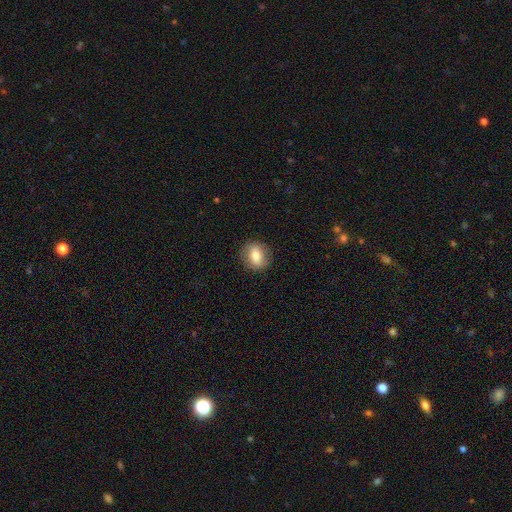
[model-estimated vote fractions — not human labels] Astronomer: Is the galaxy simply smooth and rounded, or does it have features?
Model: smooth — 72%.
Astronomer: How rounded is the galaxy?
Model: round — 62%.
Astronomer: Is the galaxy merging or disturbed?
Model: none — 85%.